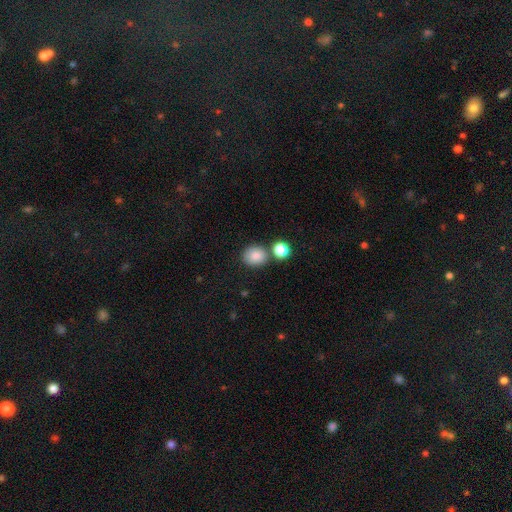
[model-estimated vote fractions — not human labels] Morphology: type=smooth (84%); roundness=round (70%); merging=none (70%).